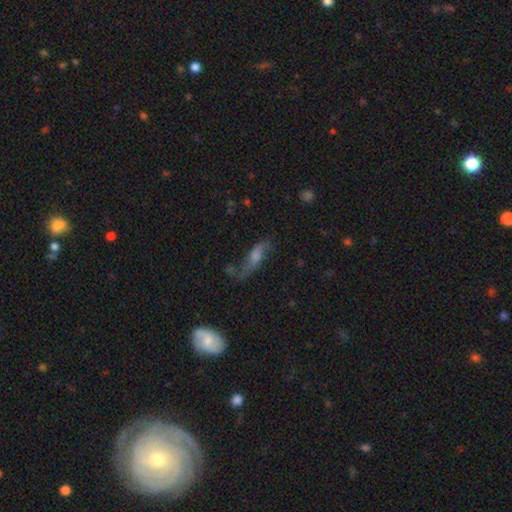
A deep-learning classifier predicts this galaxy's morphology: smooth_or_featured: featured or disk (p=0.62) [alt: smooth p=0.27]
disk_edge_on: no (p=0.74) [alt: yes p=0.26]
merging: none (p=0.56) [alt: minor disturbance p=0.23]